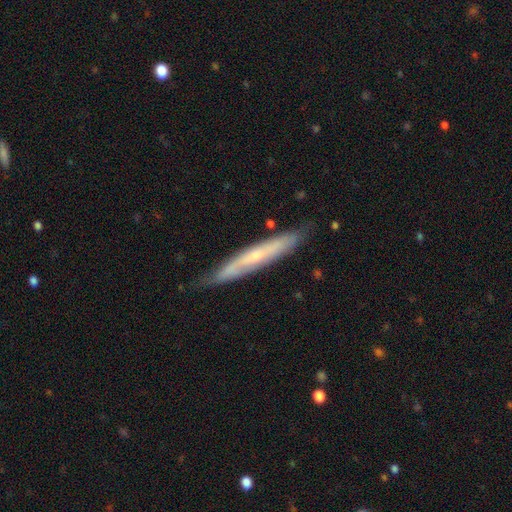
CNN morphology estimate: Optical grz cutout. It shows a featured or disk galaxy (57%) viewed edge-on (71%). Merging: none (76%).